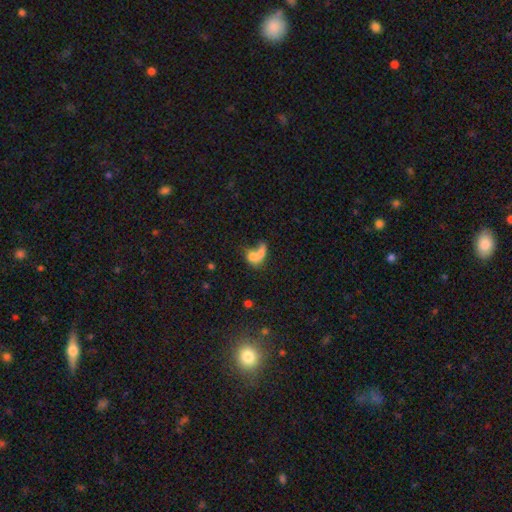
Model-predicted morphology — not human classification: Smooth or featured? Predicted: smooth (p=0.68). How rounded? Predicted: in between (p=0.63). Merging? Predicted: merger (p=0.56).